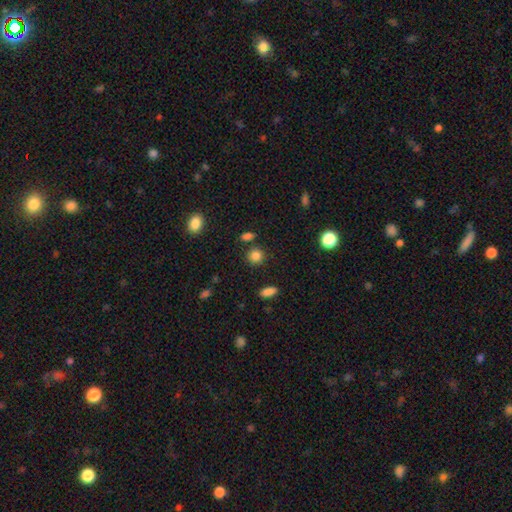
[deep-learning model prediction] Morphology: type=smooth (83%); roundness=round (86%); merging=none (81%).